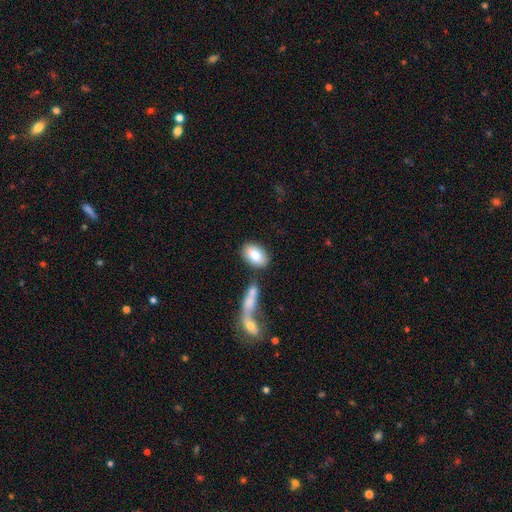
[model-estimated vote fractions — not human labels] Overall: smooth (82%). How rounded: in between (90%). Merging: none (73%).